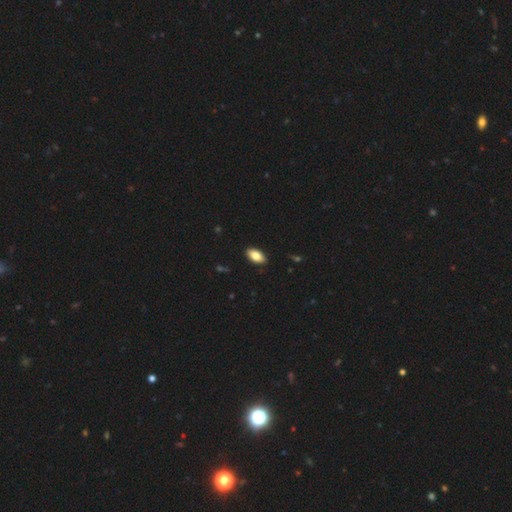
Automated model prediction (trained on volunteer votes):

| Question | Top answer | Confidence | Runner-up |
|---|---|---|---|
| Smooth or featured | smooth | 84% | featured or disk (9%) |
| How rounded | in between | 93% | cigar-shaped (4%) |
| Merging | none | 90% | minor disturbance (8%) |